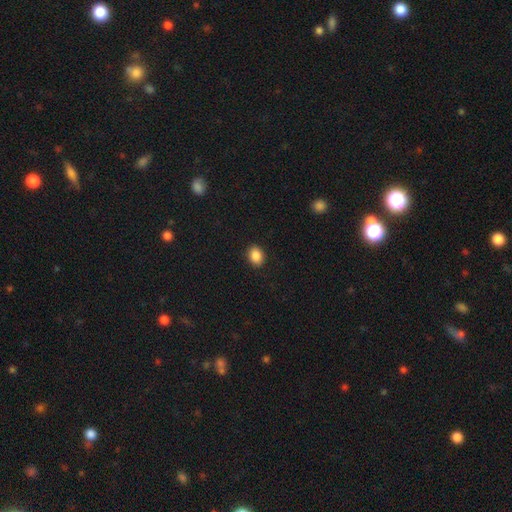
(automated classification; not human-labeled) smooth-or-featured: smooth: 88% | star or artifact: 8% | featured or disk: 3%
  how-rounded: in between: 62% | round: 37% | cigar-shaped: 1%
  merging: none: 90% | minor disturbance: 7% | major disturbance: 2% | merger: 1%